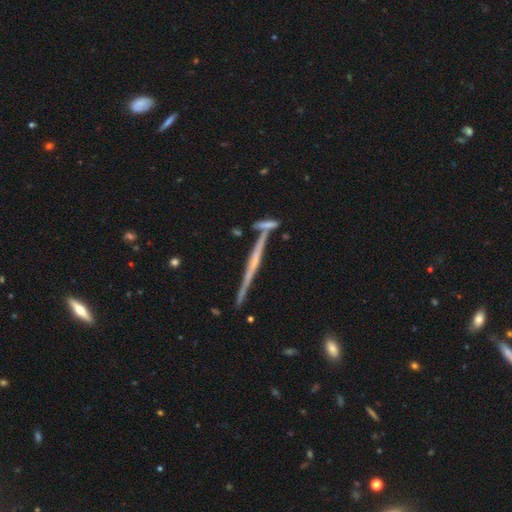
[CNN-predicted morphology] featured or disk 75%, smooth 17%, star or artifact 8%. Down the decision tree: edge-on disk — yes (98%); edge-on bulge — none (47%); merging — none (82%).